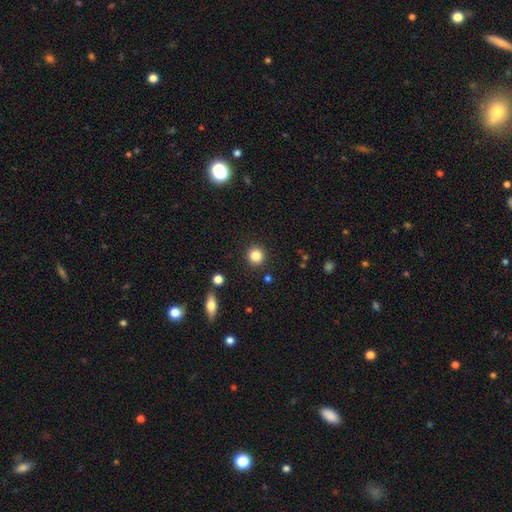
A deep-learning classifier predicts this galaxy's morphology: type=smooth (84%); roundness=round (93%); merging=none (90%).